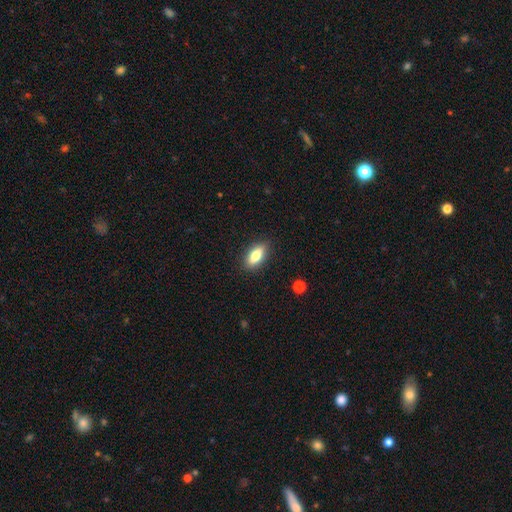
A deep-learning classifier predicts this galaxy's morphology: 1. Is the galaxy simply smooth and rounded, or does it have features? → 72% smooth, 21% featured or disk, 7% star or artifact.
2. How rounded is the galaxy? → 77% in between, 19% cigar-shaped, 4% round.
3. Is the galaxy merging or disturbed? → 88% none, 9% minor disturbance, 2% major disturbance, 1% merger.